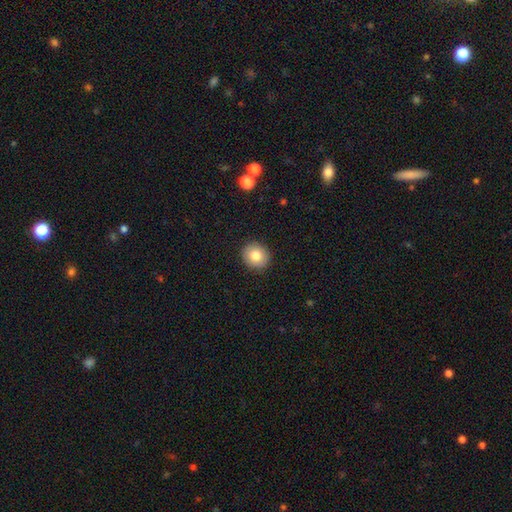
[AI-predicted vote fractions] The model was most divided on "how rounded": round: 83%, in between: 16%, cigar-shaped: 1%. More confident: merging — none (91%); smooth or featured — smooth (81%).